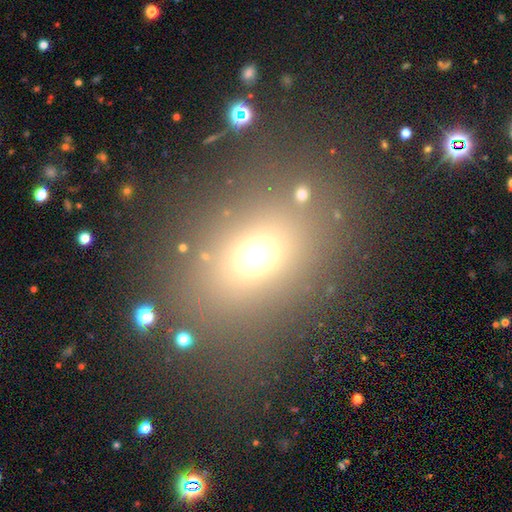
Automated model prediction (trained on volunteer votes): A smooth galaxy with no disk features (66%) that is in between round and cigar-shaped (57%). Merging: none (76%).